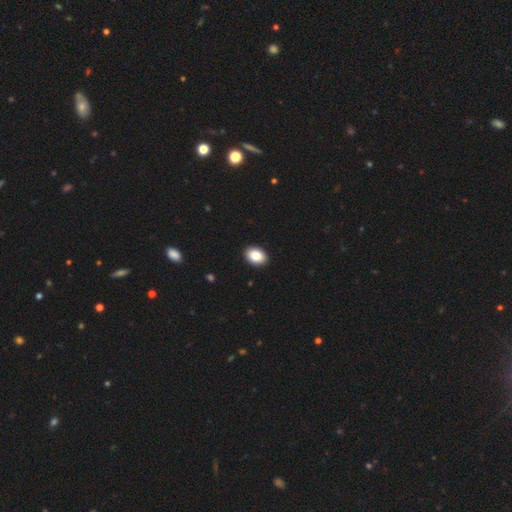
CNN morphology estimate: This is clearly a smooth galaxy (86%). How rounded: likely in between (78%). Merging: clearly none (92%).